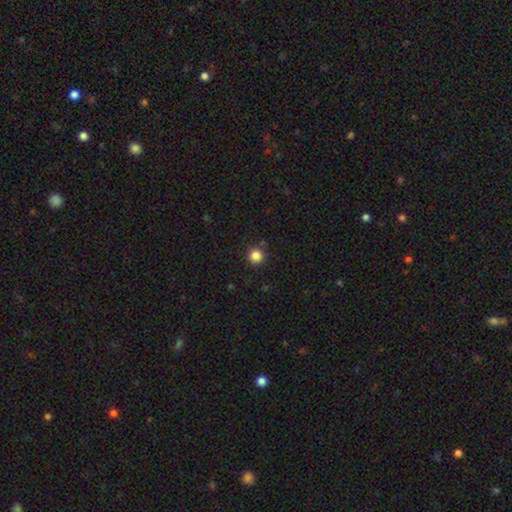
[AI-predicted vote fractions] Smooth or featured? Predicted: smooth (p=0.85). How rounded? Predicted: round (p=0.95). Merging? Predicted: none (p=0.88).